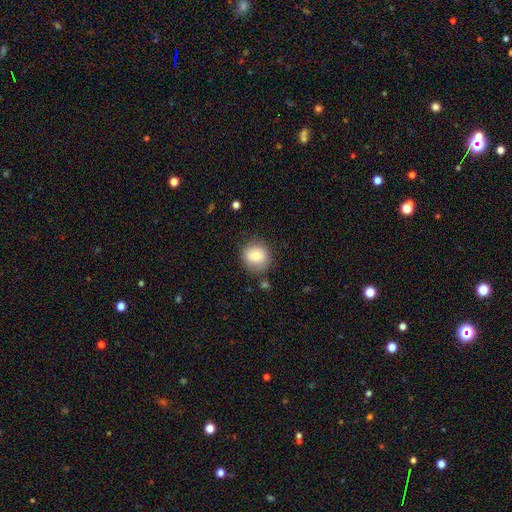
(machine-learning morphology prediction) type=smooth (78%); roundness=round (85%); merging=none (81%).